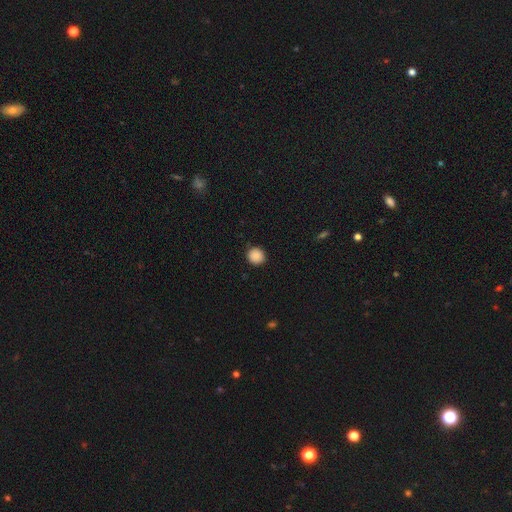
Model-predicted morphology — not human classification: smooth 88%, star or artifact 9%, featured or disk 3%. Down the decision tree: how rounded — round (91%); merging — none (91%).